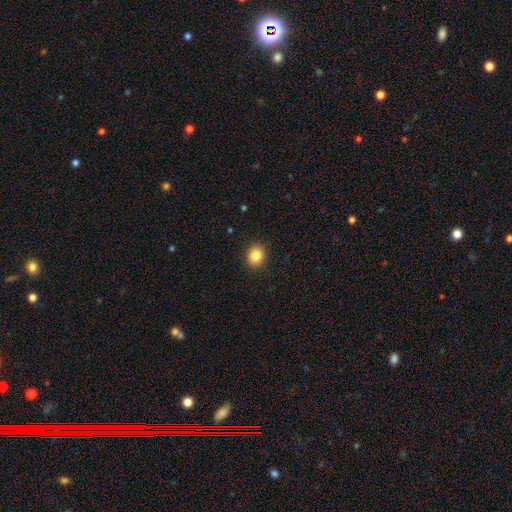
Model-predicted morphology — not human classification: This is clearly a smooth galaxy (85%). How rounded: likely round (67%). Merging: clearly none (90%).